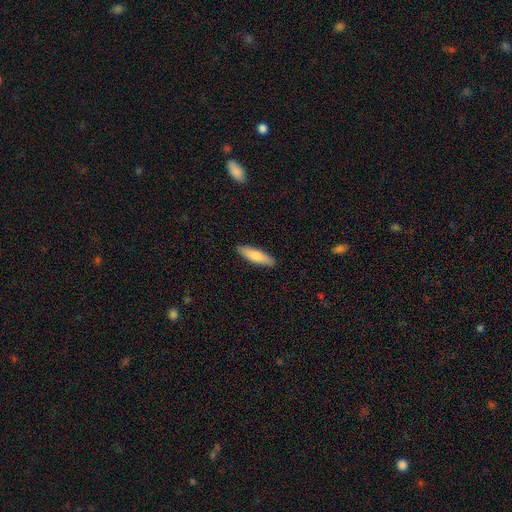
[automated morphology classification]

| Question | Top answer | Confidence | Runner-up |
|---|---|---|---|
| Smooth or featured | smooth | 80% | featured or disk (14%) |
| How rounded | cigar-shaped | 67% | in between (32%) |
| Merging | none | 90% | minor disturbance (7%) |